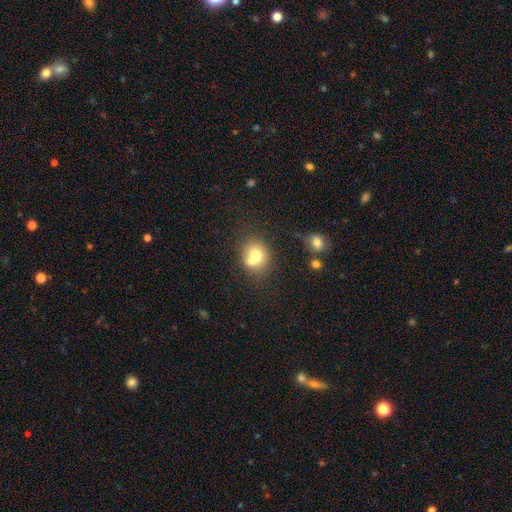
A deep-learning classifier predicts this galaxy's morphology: The model was most divided on "merging": none: 44%, merger: 41%, minor disturbance: 11%, major disturbance: 4%. More confident: how rounded — round (72%); smooth or featured — smooth (69%).